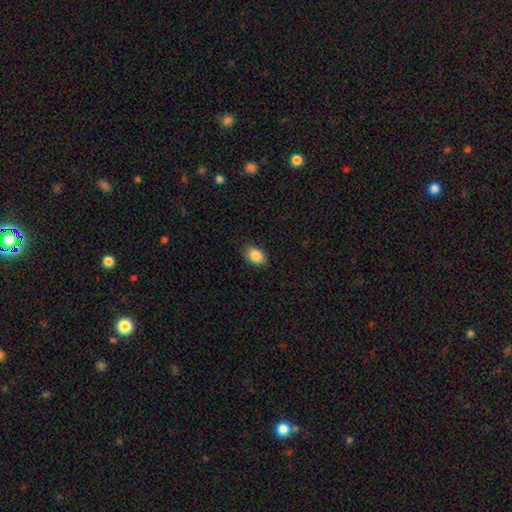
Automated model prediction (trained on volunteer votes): A smooth galaxy with no disk features (86%) that is in between round and cigar-shaped (72%). Merging: none (87%).